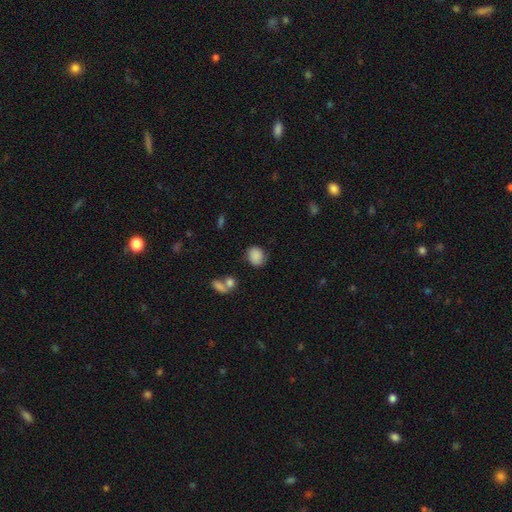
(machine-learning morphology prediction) smooth-or-featured: smooth: 82% | featured or disk: 9% | star or artifact: 9%
  how-rounded: round: 64% | in between: 35% | cigar-shaped: 1%
  merging: none: 70% | minor disturbance: 19% | major disturbance: 6% | merger: 5%